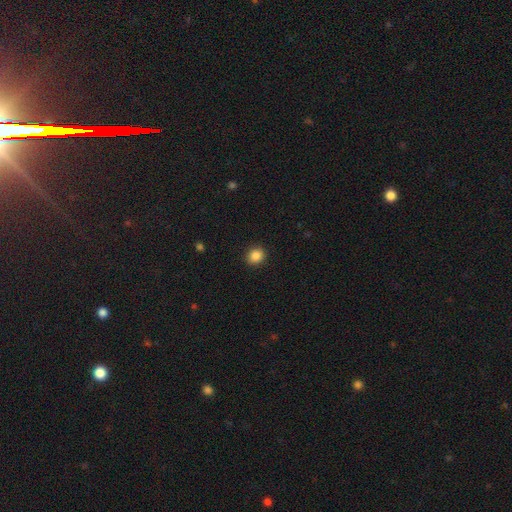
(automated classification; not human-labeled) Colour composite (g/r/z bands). It shows a smooth galaxy with no disk features (87%) that is round (75%). Merging: none (91%).